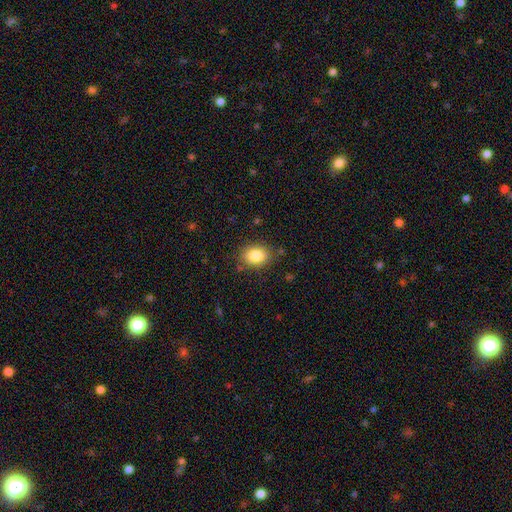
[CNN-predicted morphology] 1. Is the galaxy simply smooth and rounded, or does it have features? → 85% smooth, 9% star or artifact, 6% featured or disk.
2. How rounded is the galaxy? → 67% in between, 32% round, 1% cigar-shaped.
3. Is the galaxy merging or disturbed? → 83% none, 12% minor disturbance, 3% major disturbance, 2% merger.